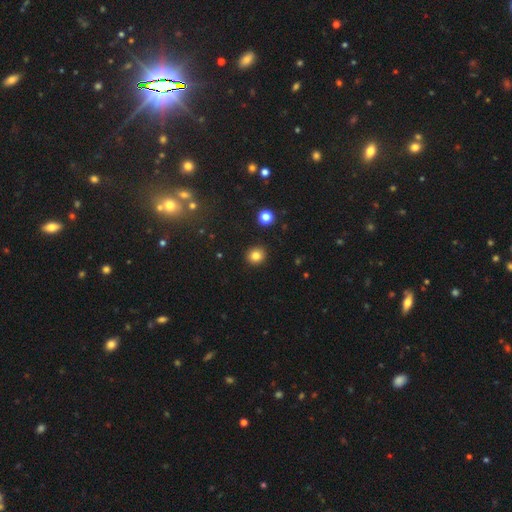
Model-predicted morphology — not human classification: Overall: smooth (82%). How rounded: round (86%). Merging: none (92%).